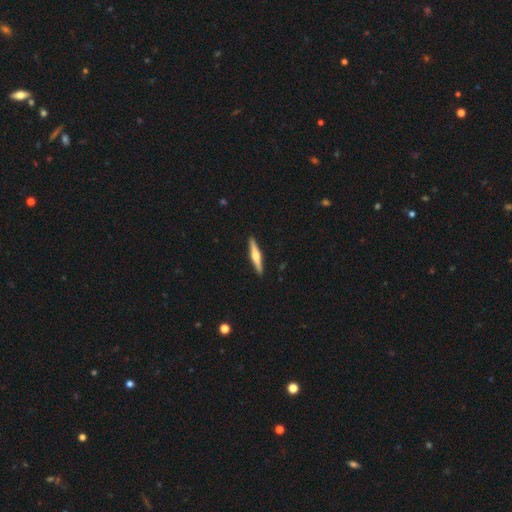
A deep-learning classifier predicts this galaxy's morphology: A featured or disk galaxy (68%) viewed edge-on (98%) with a rounded central bulge (90%).

Vote fractions:
- Smooth or featured? featured or disk: 68% / smooth: 27% / star or artifact: 5%
- Edge-on disk? yes: 98% / no: 2%
- Edge-on bulge? rounded: 90% / boxy: 6% / none: 3%
- Merging? none: 92% / minor disturbance: 6% / major disturbance: 1% / merger: 1%